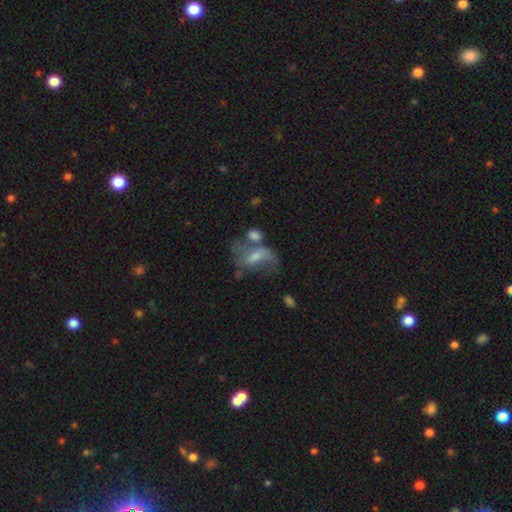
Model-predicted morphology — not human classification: A featured or disk galaxy (56%) with a weak bar (43%), spiral arms (60%) and a moderate central bulge (40%). Merging: major disturbance (29%).